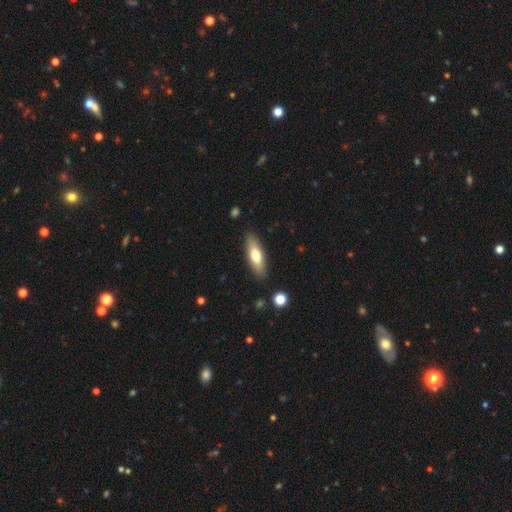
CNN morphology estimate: This appears to be a smooth galaxy with no disk features (68%) that is in between round and cigar-shaped (56%). Merging: none (87%).